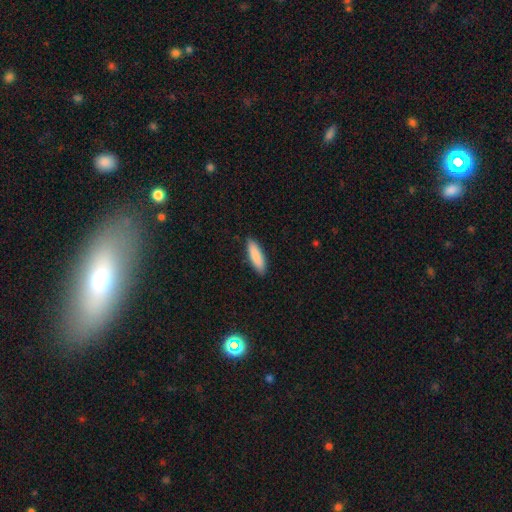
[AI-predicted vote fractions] This is clearly a smooth galaxy (87%). How rounded: possibly cigar-shaped (58%). Merging: clearly none (89%).